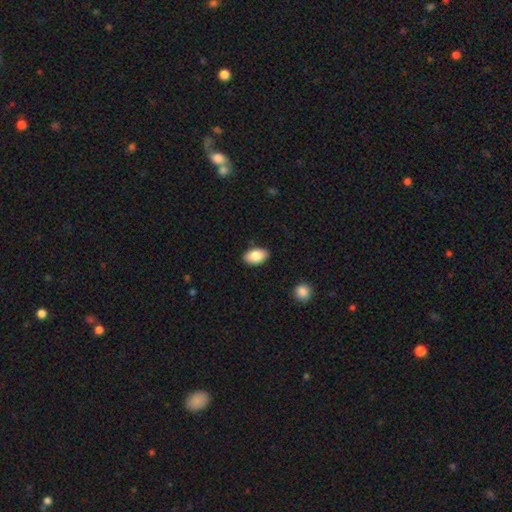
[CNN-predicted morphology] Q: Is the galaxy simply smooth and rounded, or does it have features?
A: smooth — 85%.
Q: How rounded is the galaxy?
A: in between — 92%.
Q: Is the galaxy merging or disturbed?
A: none — 88%.